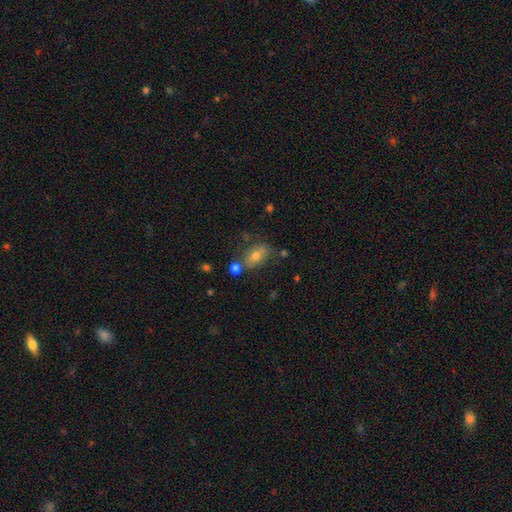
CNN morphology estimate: Smooth or featured? smooth (61%)
How rounded? in between (79%)
Merging? none (64%)